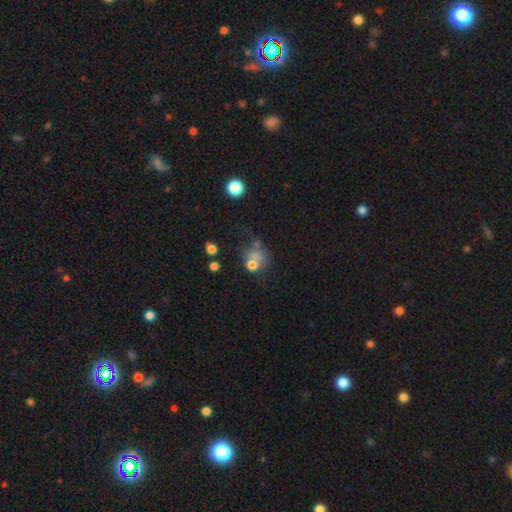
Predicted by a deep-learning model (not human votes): Smooth or featured: smooth — 65% (featured or disk — 19%)
How rounded: round — 70% (in between — 29%)
Merging: none — 34% (merger — 26%)